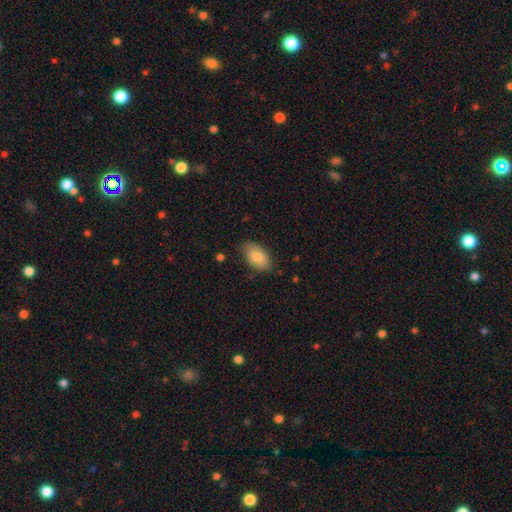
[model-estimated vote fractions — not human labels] This appears to be a smooth galaxy with no disk features (82%) that is in between round and cigar-shaped (93%). Merging: none (76%).